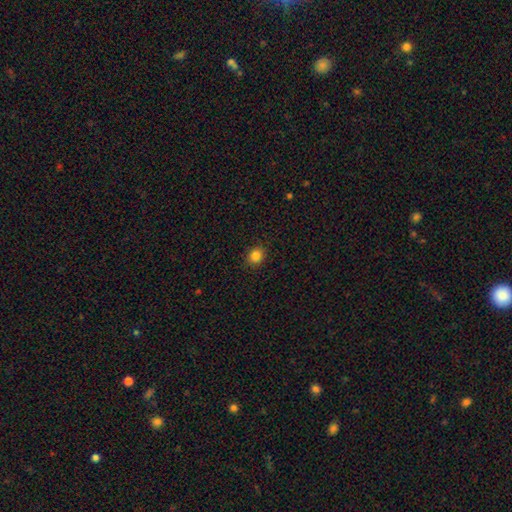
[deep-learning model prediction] This is clearly a smooth galaxy (84%). How rounded: likely round (72%). Merging: clearly none (90%).